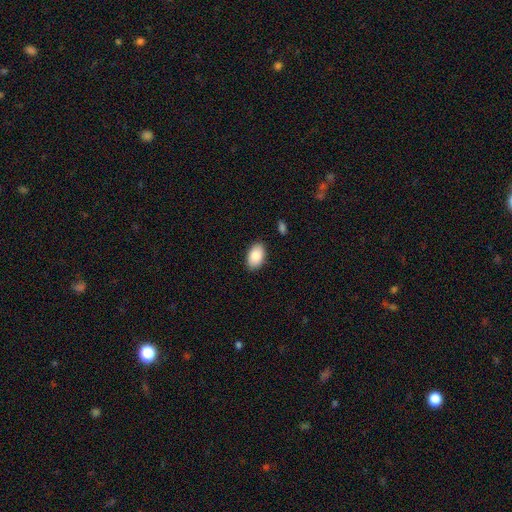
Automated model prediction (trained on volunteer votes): Overall: smooth (88%). How rounded: in between (93%). Merging: none (87%).